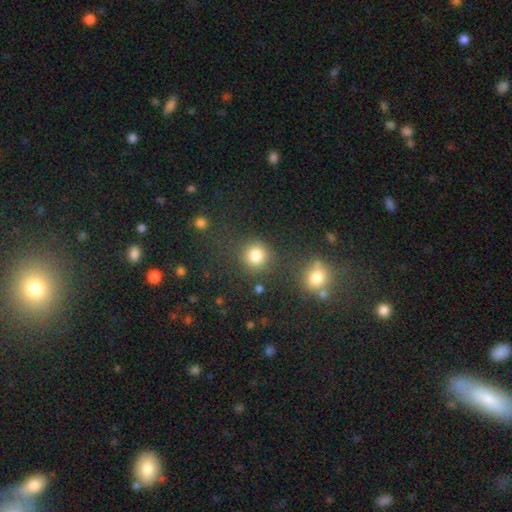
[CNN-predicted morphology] This is clearly a smooth galaxy (83%). How rounded: clearly round (89%). Merging: likely none (76%).